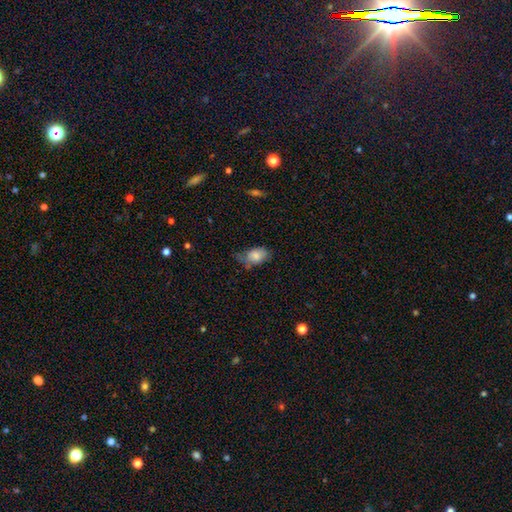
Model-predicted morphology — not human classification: Smooth or featured? Predicted: smooth (p=0.80). How rounded? Predicted: in between (p=0.89). Merging? Predicted: none (p=0.46).